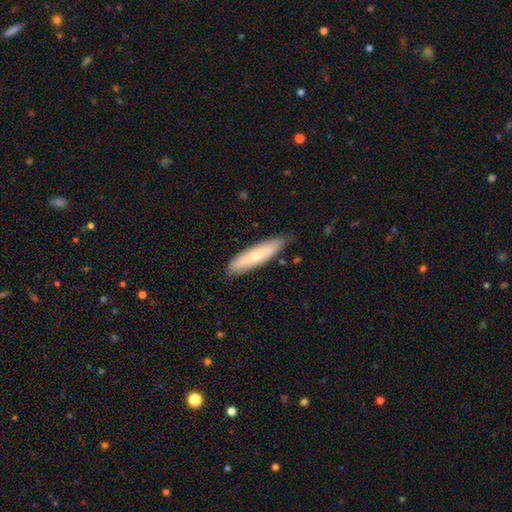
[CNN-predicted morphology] Q: Smooth or featured?
A: smooth (61%); runner-up: featured or disk (32%)
Q: How rounded?
A: cigar-shaped (74%); runner-up: in between (24%)
Q: Merging?
A: none (83%); runner-up: minor disturbance (13%)